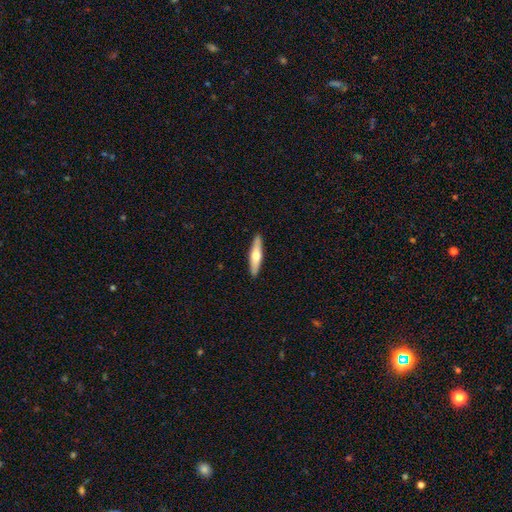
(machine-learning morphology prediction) The model was most divided on "smooth or featured": smooth: 53%, featured or disk: 42%, star or artifact: 5%. More confident: merging — none (91%); how rounded — cigar-shaped (81%).